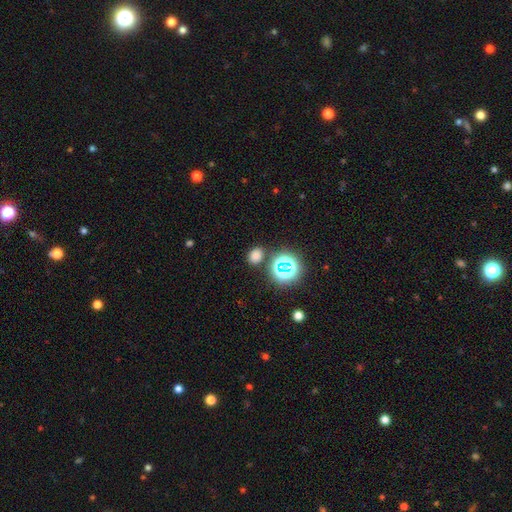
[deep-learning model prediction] Smooth or featured: smooth — 69% (star or artifact — 25%)
How rounded: in between — 50% (round — 49%)
Merging: none — 80% (minor disturbance — 10%)